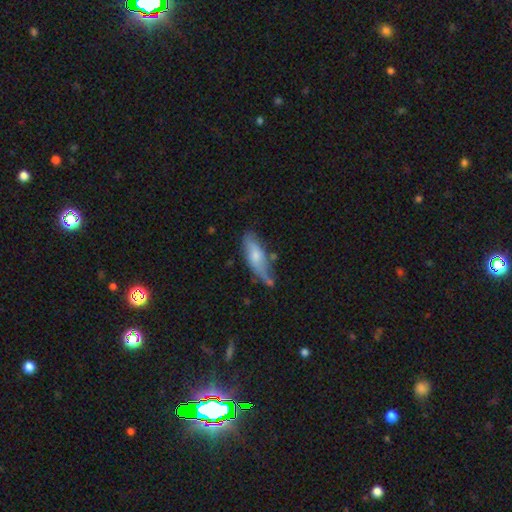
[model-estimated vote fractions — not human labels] Morphology: type=smooth (62%); roundness=in between (54%); merging=none (51%).